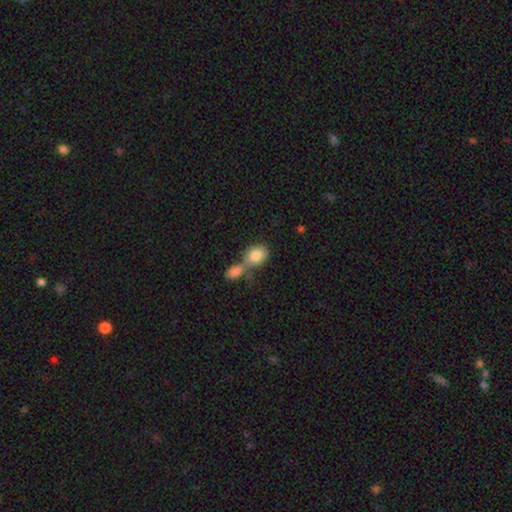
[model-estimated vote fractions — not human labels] A smooth galaxy with no disk features (84%) that is in between round and cigar-shaped (70%).

Vote fractions:
- Smooth or featured? smooth: 84% / featured or disk: 9% / star or artifact: 7%
- How rounded? in between: 70% / round: 28% / cigar-shaped: 2%
- Merging? merger: 57% / none: 29% / minor disturbance: 9% / major disturbance: 5%